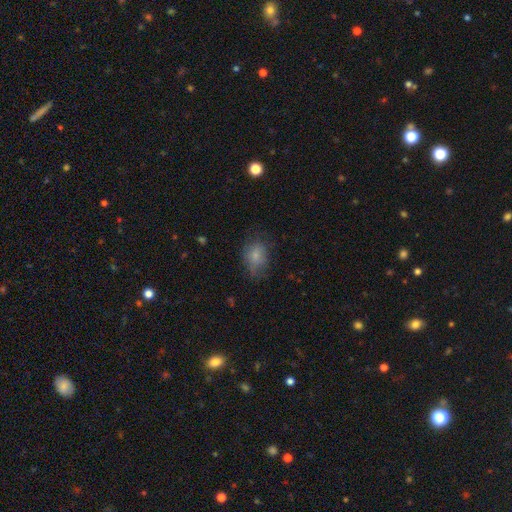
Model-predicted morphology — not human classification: Overall: smooth (76%). How rounded: in between (71%). Merging: none (56%; minor disturbance 29%).